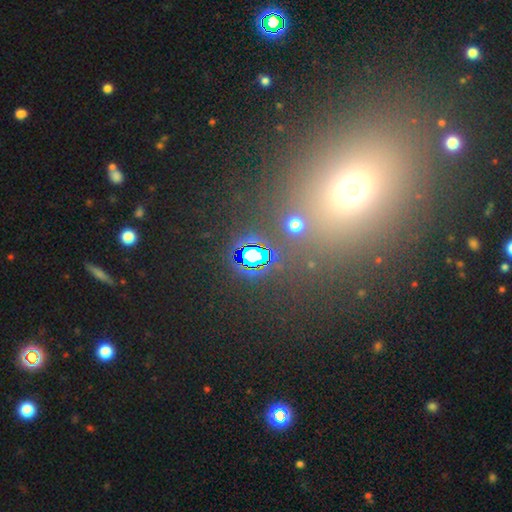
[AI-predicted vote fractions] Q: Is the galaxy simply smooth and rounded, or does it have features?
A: star or artifact — 69%.